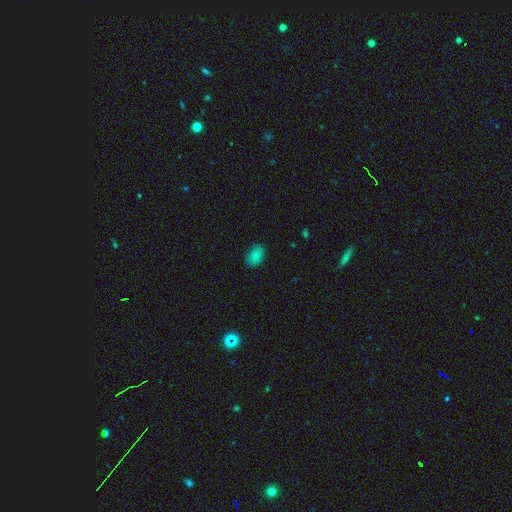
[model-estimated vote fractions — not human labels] Morphology: type=smooth (81%); roundness=in between (78%); merging=none (74%).